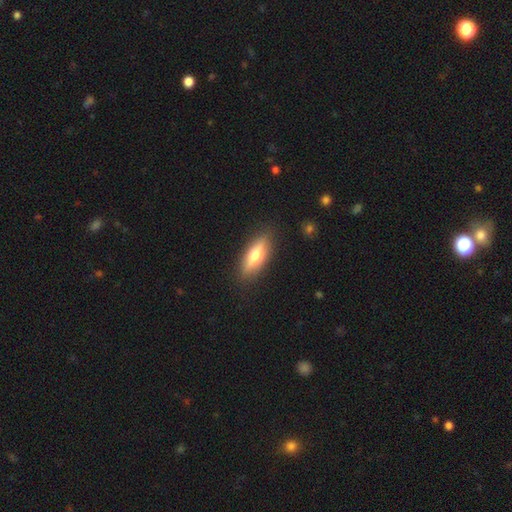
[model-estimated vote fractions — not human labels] A smooth galaxy with no disk features (58%) that is in between round and cigar-shaped (58%). Merging: none (87%).